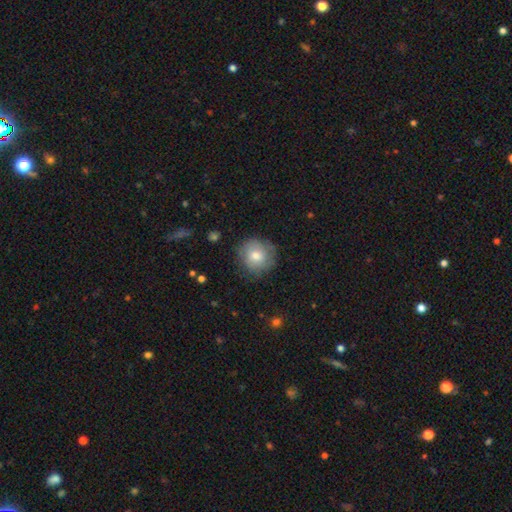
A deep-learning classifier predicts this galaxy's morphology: A smooth galaxy with no disk features (72%) that is round (90%).

Vote fractions:
- Smooth or featured? smooth: 72% / featured or disk: 20% / star or artifact: 8%
- How rounded? round: 90% / in between: 9% / cigar-shaped: 1%
- Merging? none: 77% / minor disturbance: 17% / major disturbance: 5% / merger: 1%